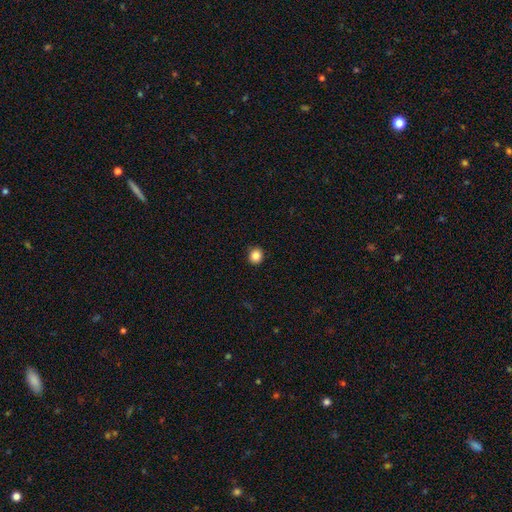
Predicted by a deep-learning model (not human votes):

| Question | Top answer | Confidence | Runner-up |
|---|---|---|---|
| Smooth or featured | smooth | 85% | star or artifact (10%) |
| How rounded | round | 87% | in between (12%) |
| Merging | none | 92% | minor disturbance (5%) |